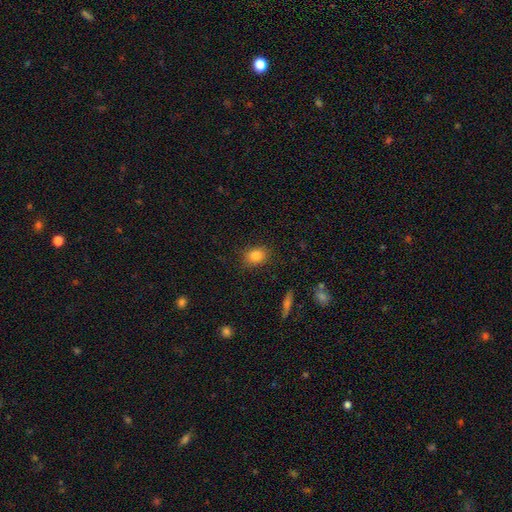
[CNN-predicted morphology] A smooth galaxy with no disk features (84%) that is round (52%). Merging: none (83%).